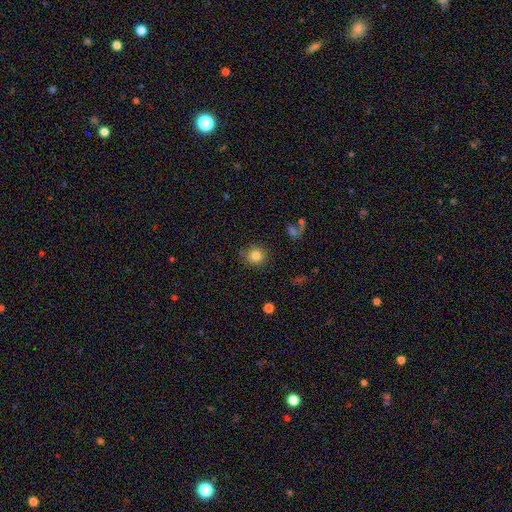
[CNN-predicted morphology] Smooth or featured: smooth — 82% (star or artifact — 11%)
How rounded: round — 88% (in between — 11%)
Merging: none — 79% (minor disturbance — 14%)